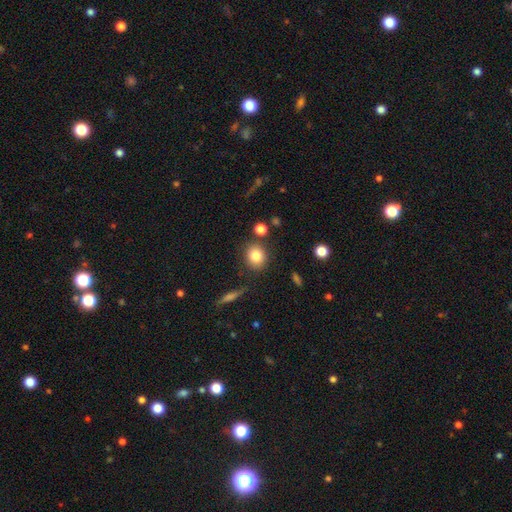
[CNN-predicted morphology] A smooth galaxy with no disk features (83%) that is round (73%). Merging: none (82%).